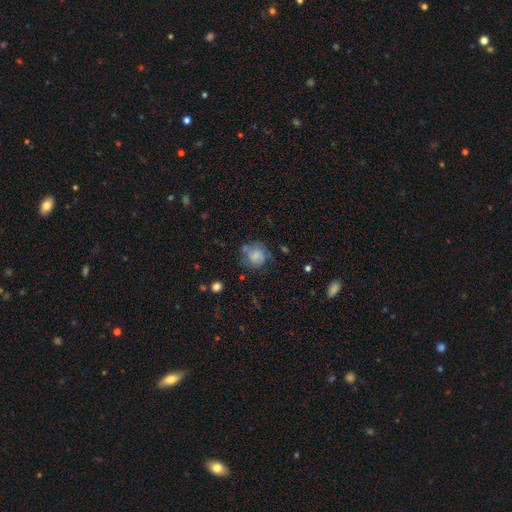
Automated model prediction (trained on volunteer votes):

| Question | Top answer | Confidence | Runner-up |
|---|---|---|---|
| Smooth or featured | smooth | 59% | featured or disk (31%) |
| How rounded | round | 75% | in between (23%) |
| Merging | none | 51% | minor disturbance (26%) |